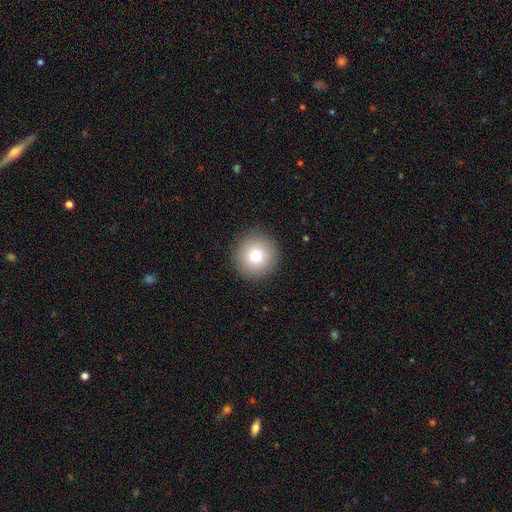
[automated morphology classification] A smooth galaxy with no disk features (74%) that is round (96%).

Vote fractions:
- Smooth or featured? smooth: 74% / star or artifact: 13% / featured or disk: 13%
- How rounded? round: 96% / in between: 3% / cigar-shaped: 1%
- Merging? none: 92% / minor disturbance: 5% / major disturbance: 2% / merger: 1%